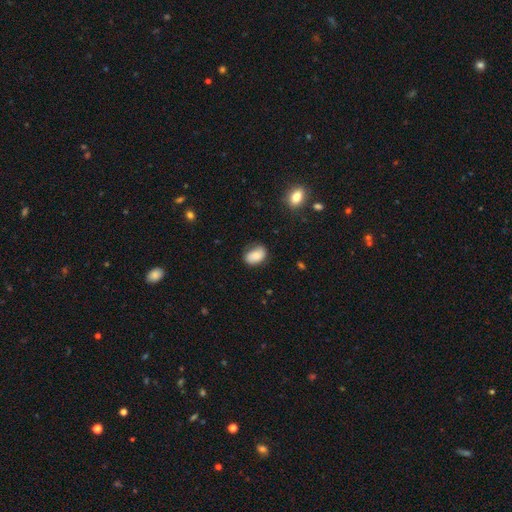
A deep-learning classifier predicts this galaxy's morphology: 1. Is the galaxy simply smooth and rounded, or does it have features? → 79% smooth, 13% featured or disk, 8% star or artifact.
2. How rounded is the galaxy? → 85% in between, 14% round, 1% cigar-shaped.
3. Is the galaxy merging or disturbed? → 65% none, 26% minor disturbance, 7% major disturbance, 2% merger.